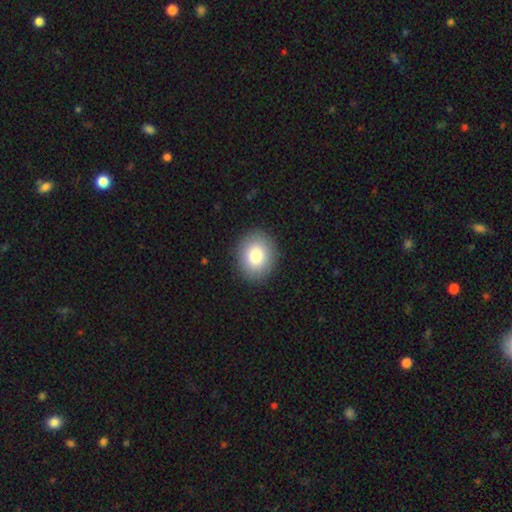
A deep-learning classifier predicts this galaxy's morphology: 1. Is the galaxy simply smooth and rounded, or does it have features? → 84% smooth, 8% star or artifact, 8% featured or disk.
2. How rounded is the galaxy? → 57% round, 42% in between, 1% cigar-shaped.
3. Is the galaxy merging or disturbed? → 90% none, 7% minor disturbance, 2% major disturbance, 1% merger.